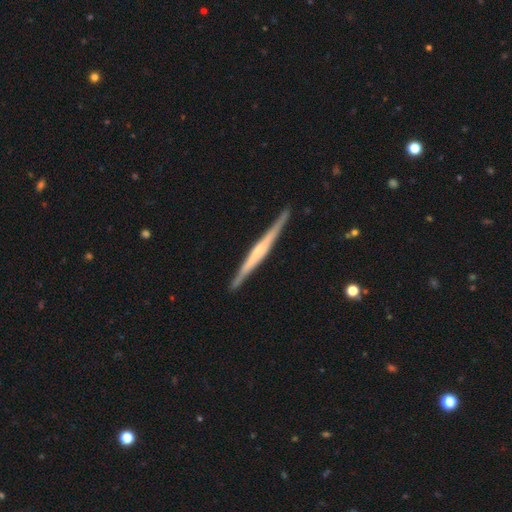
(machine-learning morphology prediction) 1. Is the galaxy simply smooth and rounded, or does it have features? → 73% featured or disk, 22% smooth, 5% star or artifact.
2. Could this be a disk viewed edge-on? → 98% yes, 2% no.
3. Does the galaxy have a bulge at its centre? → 43% none, 35% rounded, 21% boxy.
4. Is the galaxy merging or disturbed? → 90% none, 8% minor disturbance, 1% major disturbance, 1% merger.